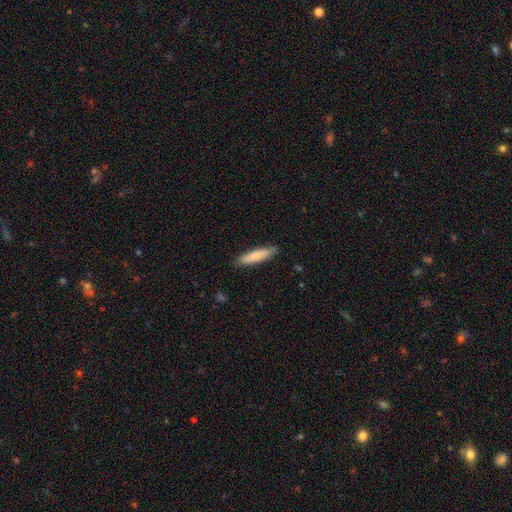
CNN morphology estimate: Q: Smooth or featured?
A: smooth (77%); runner-up: featured or disk (18%)
Q: How rounded?
A: cigar-shaped (80%); runner-up: in between (19%)
Q: Merging?
A: none (87%); runner-up: minor disturbance (11%)